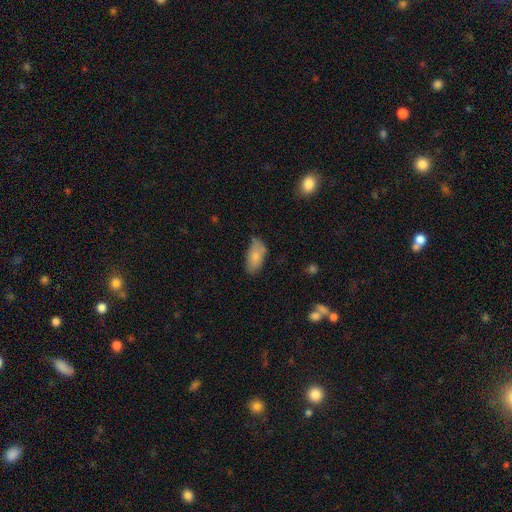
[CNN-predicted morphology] A smooth galaxy with no disk features (79%) that is in between round and cigar-shaped (92%). Merging: none (61%).